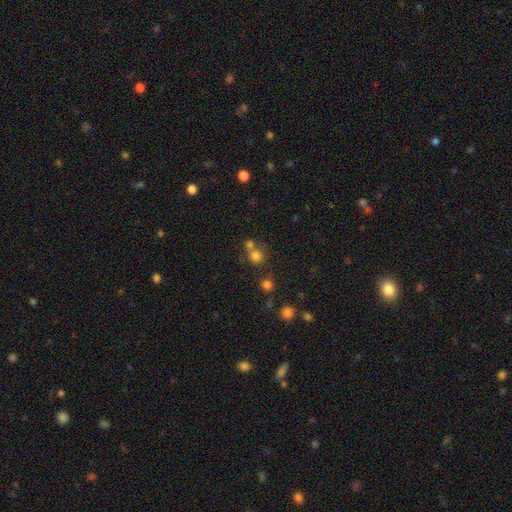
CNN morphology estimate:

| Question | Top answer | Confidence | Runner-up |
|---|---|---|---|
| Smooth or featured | smooth | 74% | star or artifact (17%) |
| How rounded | round | 88% | in between (11%) |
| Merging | none | 55% | merger (33%) |